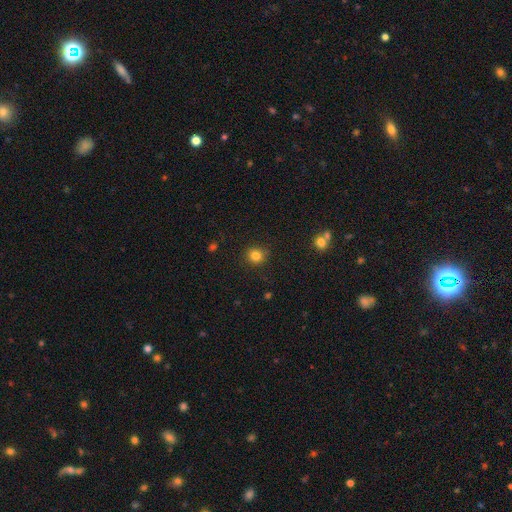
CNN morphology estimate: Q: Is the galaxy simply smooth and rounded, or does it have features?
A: smooth — 83%.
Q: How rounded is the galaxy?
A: round — 87%.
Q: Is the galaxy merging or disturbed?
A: none — 87%.